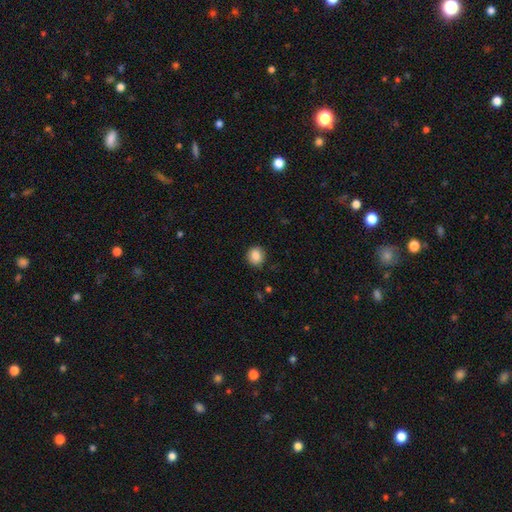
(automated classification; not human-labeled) Smooth or featured?
  - smooth: 87% *
  - star or artifact: 9%
  - featured or disk: 4%
How rounded?
  - round: 86% *
  - in between: 13%
  - cigar-shaped: 1%
Merging?
  - none: 88% *
  - minor disturbance: 8%
  - major disturbance: 2%
  - merger: 1%